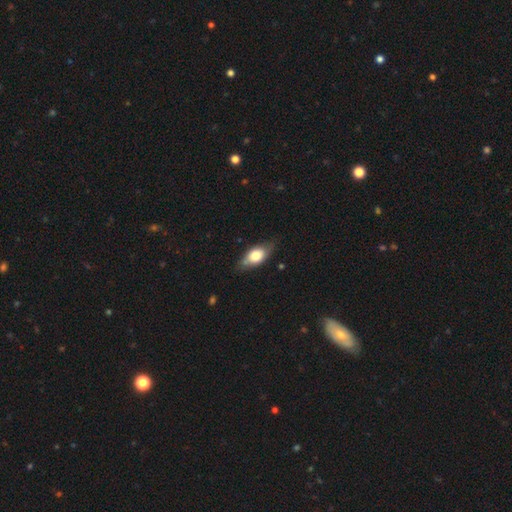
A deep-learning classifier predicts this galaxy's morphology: Q: Smooth or featured?
A: smooth (65%); runner-up: featured or disk (28%)
Q: How rounded?
A: in between (83%); runner-up: cigar-shaped (10%)
Q: Merging?
A: none (72%); runner-up: minor disturbance (22%)